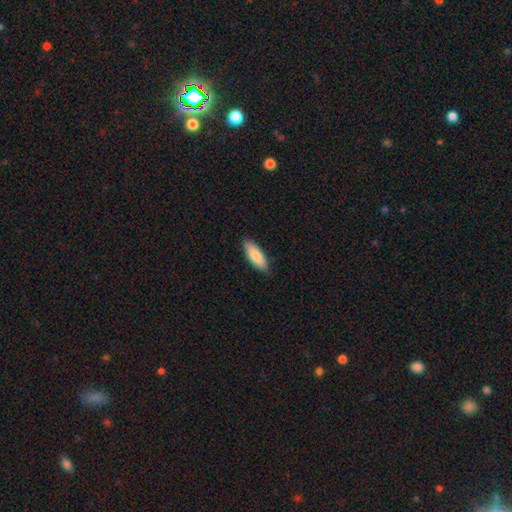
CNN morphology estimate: The model was most divided on "how rounded": in between: 64%, cigar-shaped: 35%, round: 2%. More confident: merging — none (86%); smooth or featured — smooth (83%).